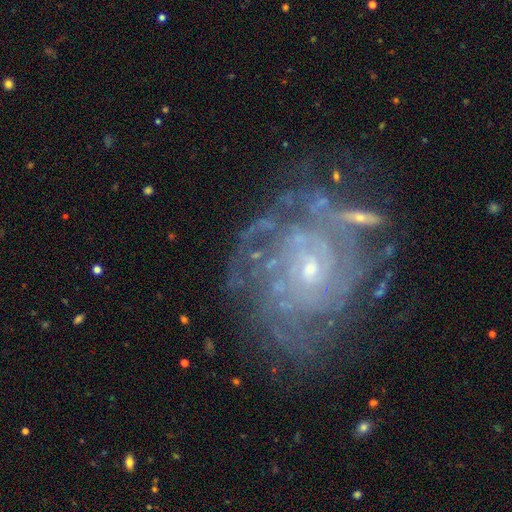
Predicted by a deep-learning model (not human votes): Q: Smooth or featured?
A: featured or disk (85%); runner-up: star or artifact (8%)
Q: Edge-on disk?
A: no (97%); runner-up: yes (3%)
Q: Bar?
A: no (63%); runner-up: weak (28%)
Q: Spiral arms?
A: yes (95%); runner-up: no (5%)
Q: Spiral winding?
A: tight (73%); runner-up: medium (21%)
Q: Spiral arm count?
A: can't tell (33%); runner-up: 4 (16%)
Q: Bulge size?
A: small (78%); runner-up: moderate (17%)
Q: Merging?
A: none (61%); runner-up: minor disturbance (17%)